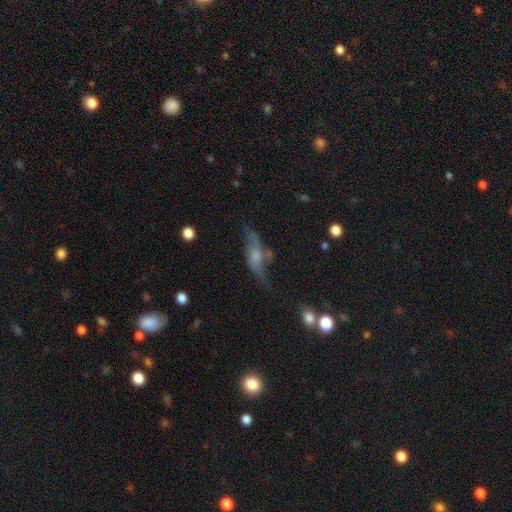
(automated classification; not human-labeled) This appears to be a featured or disk galaxy (55%). Merging: none (46%).